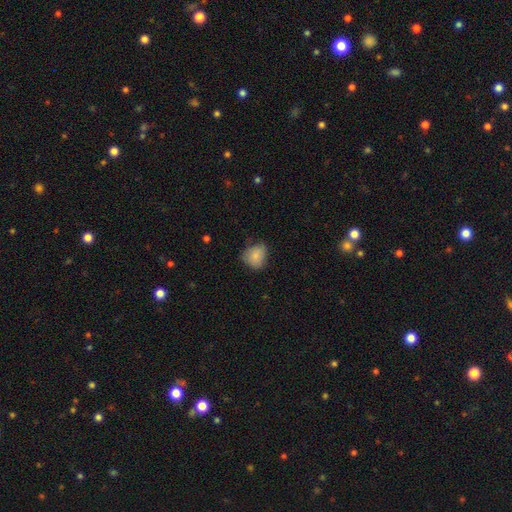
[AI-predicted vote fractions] Smooth or featured? Predicted: smooth (p=0.82). How rounded? Predicted: round (p=0.56). Merging? Predicted: none (p=0.56).